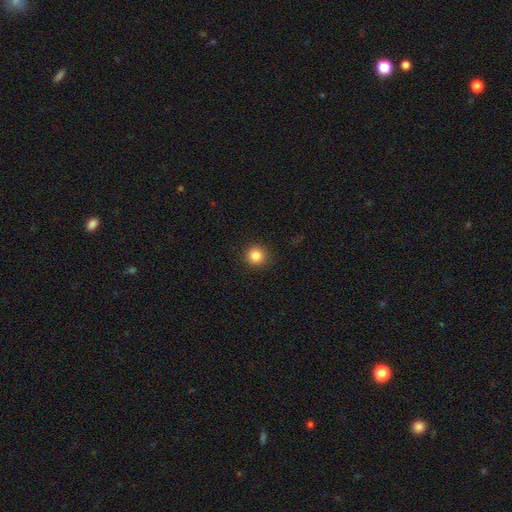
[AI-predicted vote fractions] This appears to be a smooth galaxy with no disk features (85%) that is round (93%). Merging: none (90%).